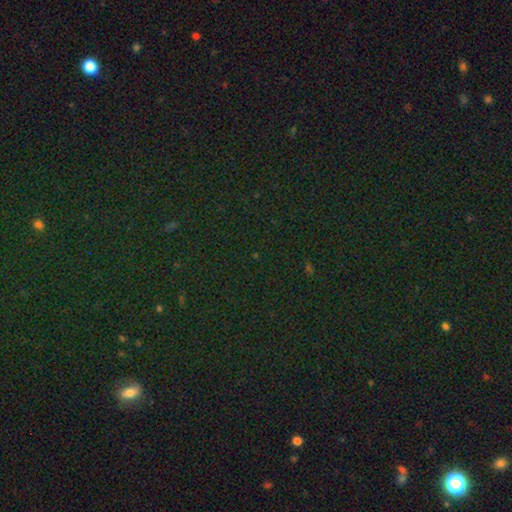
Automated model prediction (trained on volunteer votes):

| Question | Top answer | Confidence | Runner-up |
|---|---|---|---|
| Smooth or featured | star or artifact | 79% | smooth (14%) |